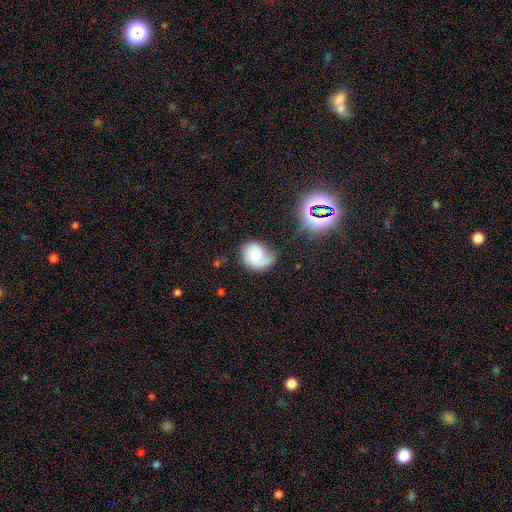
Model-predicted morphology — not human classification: The model was most divided on "bulge size" (2-way tie): small: 34%, moderate: 34%, none: 19%, large: 10%, dominant: 3%. Remaining: edge-on disk — no (97%); spiral arms — yes (90%); bar — no (62%); smooth or featured — featured or disk (54%); merging — none (50%).